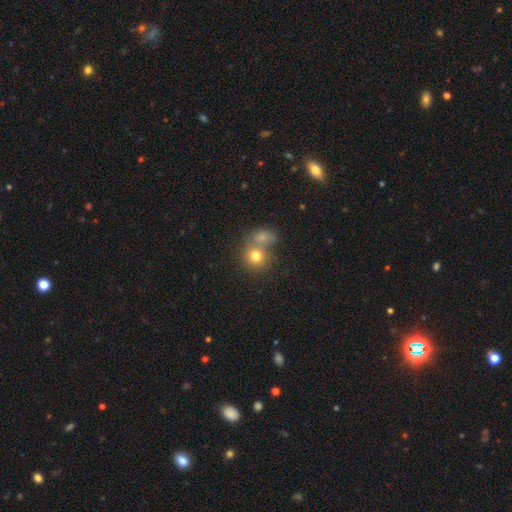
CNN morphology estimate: This appears to be a smooth galaxy with no disk features (76%) that is round (80%). Merging: merger (52%).